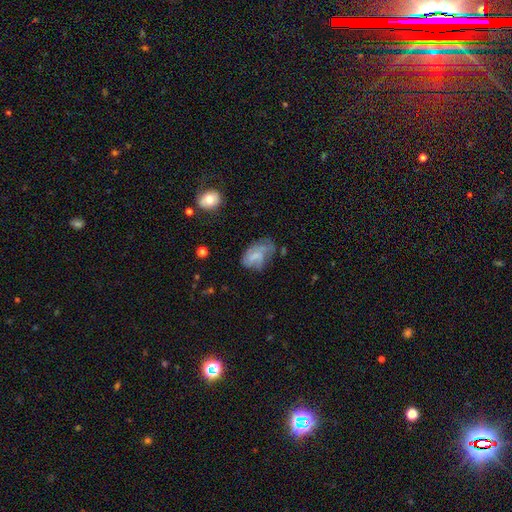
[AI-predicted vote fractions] smooth-or-featured: smooth: 45% | featured or disk: 44% | star or artifact: 10%
  merging: major disturbance: 33% (tied) | none: 33% (tied) | minor disturbance: 31% | merger: 4%